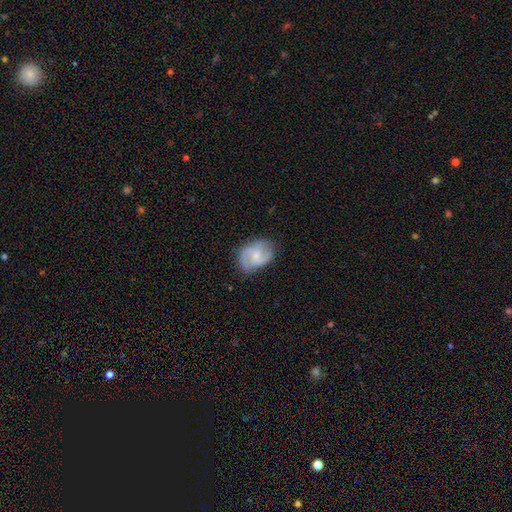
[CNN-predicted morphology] Smooth or featured?
  - featured or disk: 70% *
  - smooth: 24%
  - star or artifact: 6%
Edge-on disk?
  - no: 97% *
  - yes: 3%
Bar?
  - no: 46% *
  - weak: 45%
  - strong: 9%
Spiral arms?
  - yes: 93% *
  - no: 7%
Spiral winding?
  - medium: 51% *
  - tight: 26%
  - loose: 23%
Spiral arm count?
  - 2: 72% *
  - 3: 11%
  - can't tell: 11%
  - 1: 3%
  - 4: 2%
  - more than 4: 2%
Bulge size?
  - small: 54% *
  - moderate: 35%
  - none: 8%
  - large: 2%
  - dominant: 1%
Merging?
  - none: 72% *
  - minor disturbance: 21%
  - major disturbance: 6%
  - merger: 1%